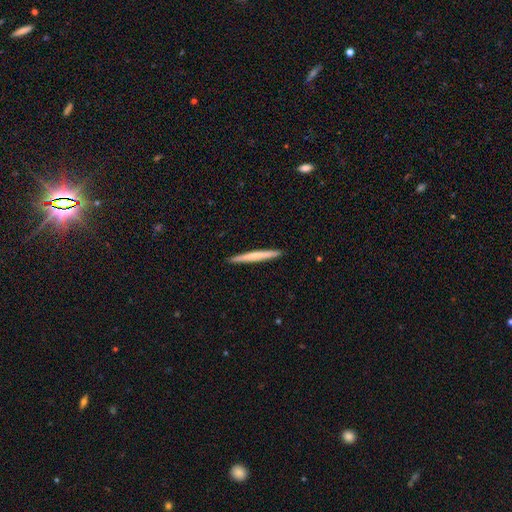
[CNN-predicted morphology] Smooth or featured? smooth (57%)
How rounded? cigar-shaped (97%)
Merging? none (93%)